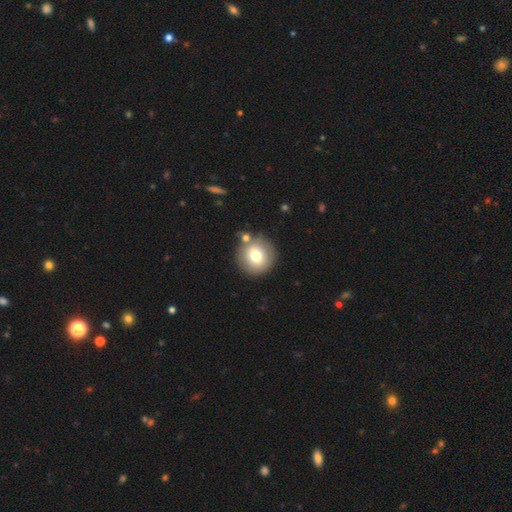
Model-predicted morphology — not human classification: smooth_or_featured: smooth (p=0.74) [alt: featured or disk p=0.17]
how_rounded: round (p=0.94) [alt: in between p=0.05]
merging: none (p=0.78) [alt: merger p=0.11]